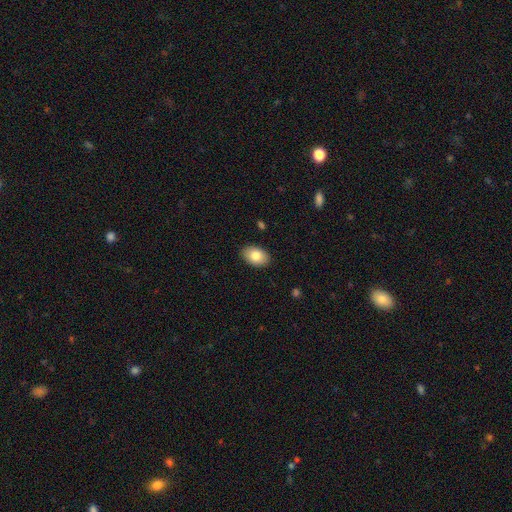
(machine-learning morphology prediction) Smooth or featured?
  - smooth: 83% *
  - featured or disk: 10%
  - star or artifact: 7%
How rounded?
  - in between: 88% *
  - round: 11%
  - cigar-shaped: 1%
Merging?
  - none: 89% *
  - minor disturbance: 8%
  - major disturbance: 2%
  - merger: 1%